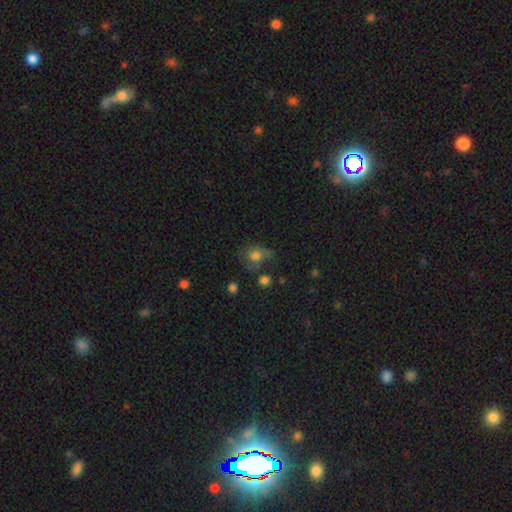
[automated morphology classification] Q: Smooth or featured?
A: smooth (70%); runner-up: featured or disk (18%)
Q: How rounded?
A: round (59%); runner-up: in between (40%)
Q: Merging?
A: none (43%); runner-up: minor disturbance (28%)